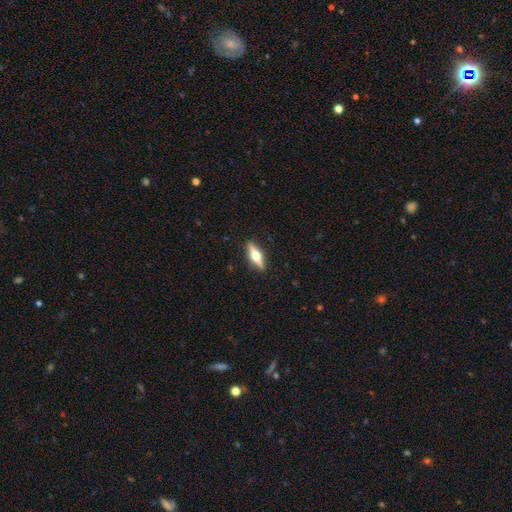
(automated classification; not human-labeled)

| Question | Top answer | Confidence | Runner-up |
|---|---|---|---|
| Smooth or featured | featured or disk | 66% | smooth (29%) |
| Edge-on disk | yes | 96% | no (4%) |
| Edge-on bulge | rounded | 96% | boxy (2%) |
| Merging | none | 90% | minor disturbance (7%) |